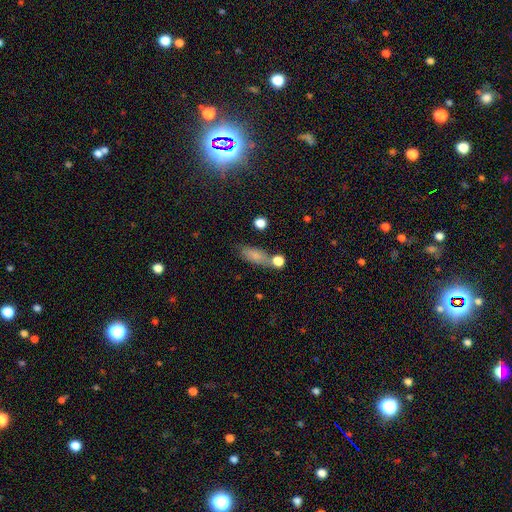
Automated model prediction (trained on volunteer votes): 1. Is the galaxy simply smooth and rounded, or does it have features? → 78% smooth, 12% featured or disk, 11% star or artifact.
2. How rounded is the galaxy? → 68% in between, 26% cigar-shaped, 6% round.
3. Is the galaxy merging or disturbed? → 61% none, 18% minor disturbance, 15% merger, 6% major disturbance.